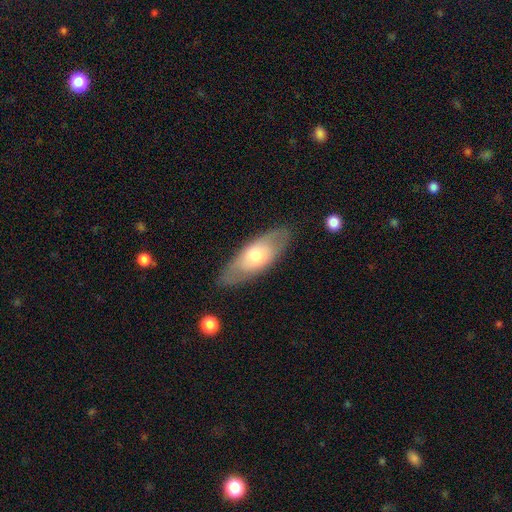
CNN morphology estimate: Smooth or featured? Predicted: smooth (p=0.55). How rounded? Predicted: in between (p=0.75). Merging? Predicted: none (p=0.82).